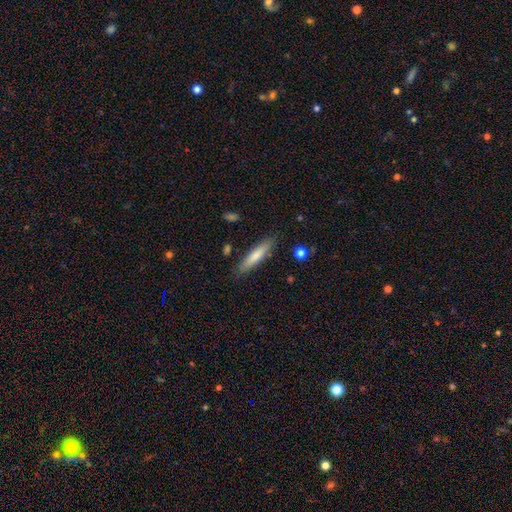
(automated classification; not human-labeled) smooth 75%, featured or disk 20%, star or artifact 6%. Down the decision tree: how rounded — cigar-shaped (85%); merging — none (85%).